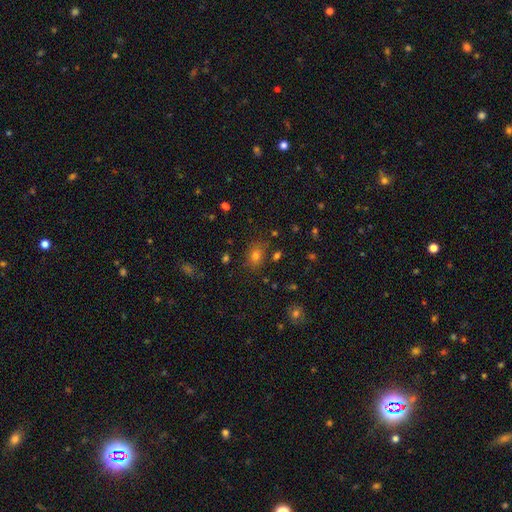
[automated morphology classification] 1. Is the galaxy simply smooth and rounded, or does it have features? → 72% smooth, 20% star or artifact, 9% featured or disk.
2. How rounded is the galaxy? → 57% in between, 42% round, 1% cigar-shaped.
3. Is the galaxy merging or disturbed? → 80% none, 12% minor disturbance, 4% merger, 4% major disturbance.